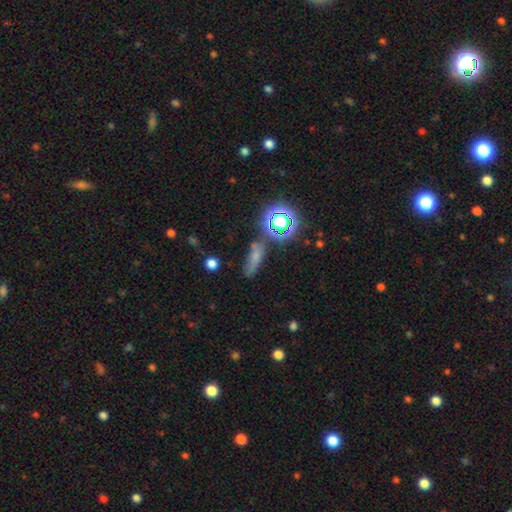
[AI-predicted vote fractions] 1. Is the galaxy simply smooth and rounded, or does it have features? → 60% smooth, 24% star or artifact, 15% featured or disk.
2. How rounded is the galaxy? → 51% cigar-shaped, 38% in between, 11% round.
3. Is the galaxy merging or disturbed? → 63% none, 19% minor disturbance, 10% merger, 8% major disturbance.